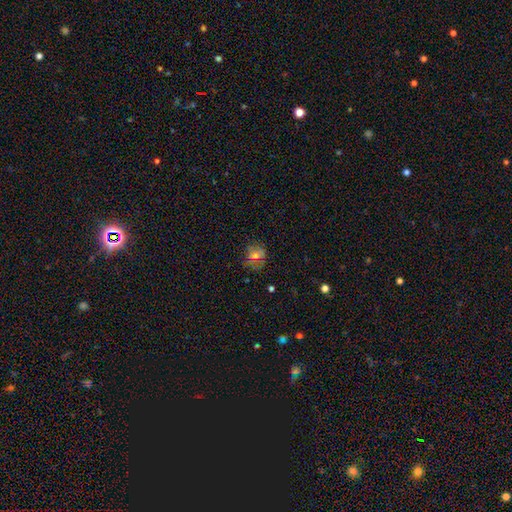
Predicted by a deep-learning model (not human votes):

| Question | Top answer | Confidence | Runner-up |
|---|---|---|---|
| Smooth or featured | smooth | 55% | featured or disk (23%) |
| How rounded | round | 74% | in between (25%) |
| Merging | none | 71% | minor disturbance (19%) |